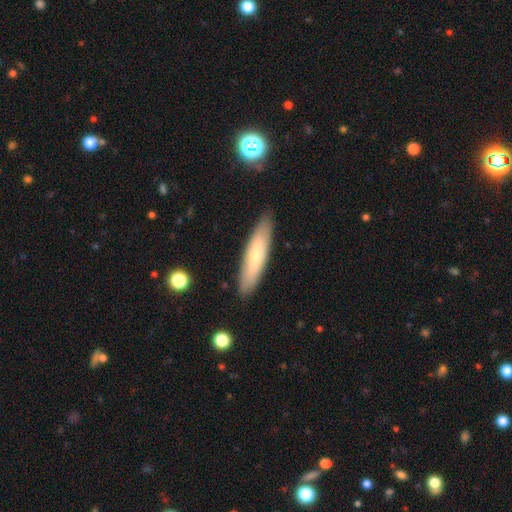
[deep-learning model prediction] A smooth galaxy with no disk features (60%) that is cigar-shaped (79%). Merging: none (88%).